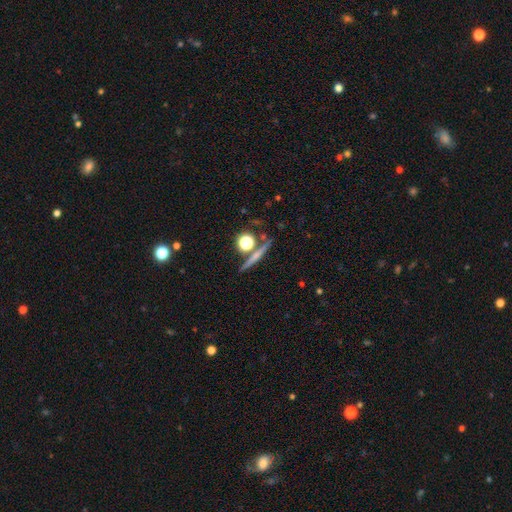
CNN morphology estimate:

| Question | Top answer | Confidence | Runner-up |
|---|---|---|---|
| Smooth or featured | featured or disk | 46% | smooth (40%) |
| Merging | none | 79% | merger (10%) |